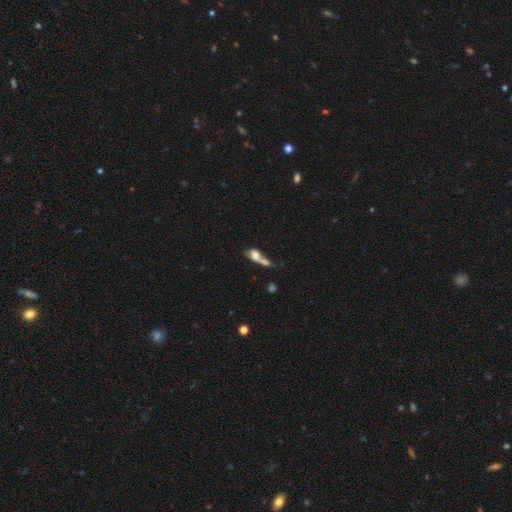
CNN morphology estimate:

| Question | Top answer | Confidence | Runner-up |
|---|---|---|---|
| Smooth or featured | smooth | 65% | featured or disk (23%) |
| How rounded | in between | 65% | round (23%) |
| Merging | merger | 67% | none (15%) |